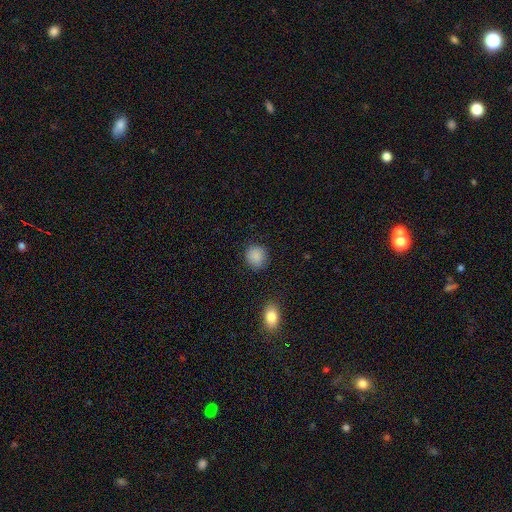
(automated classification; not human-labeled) Q: Smooth or featured?
A: smooth (87%); runner-up: star or artifact (9%)
Q: How rounded?
A: round (85%); runner-up: in between (14%)
Q: Merging?
A: none (86%); runner-up: minor disturbance (10%)